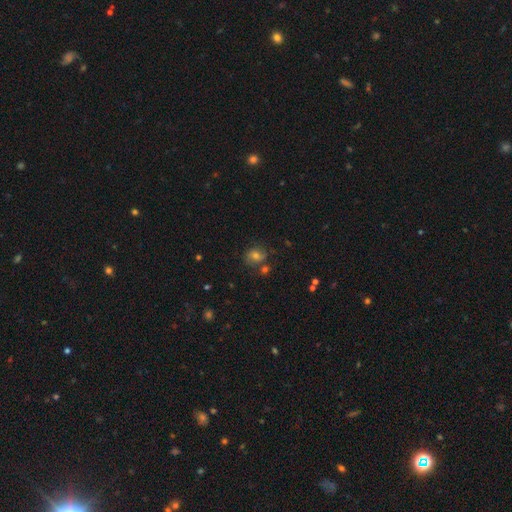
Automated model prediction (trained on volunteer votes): A smooth galaxy with no disk features (49%). Merging: none (65%).